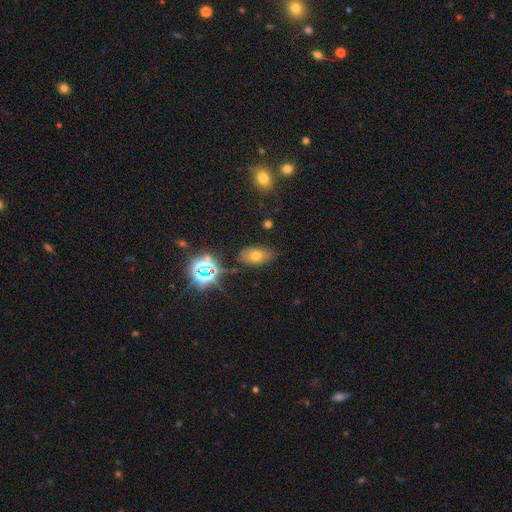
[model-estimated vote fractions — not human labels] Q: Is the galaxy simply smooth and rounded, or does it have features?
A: smooth — 60%.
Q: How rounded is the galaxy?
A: in between — 87%.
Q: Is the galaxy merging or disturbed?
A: none — 78%.